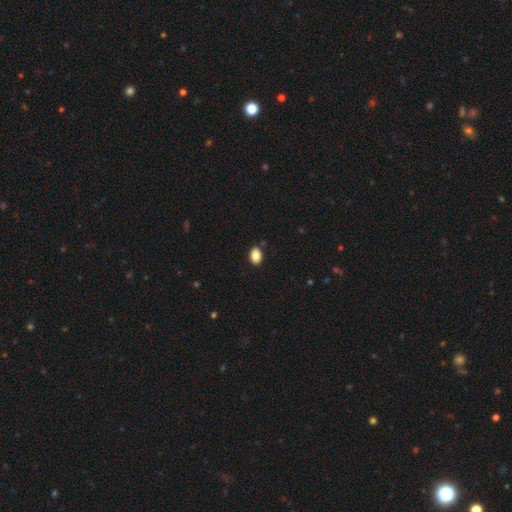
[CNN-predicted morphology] Smooth or featured: smooth — 87% (star or artifact — 8%)
How rounded: in between — 84% (round — 15%)
Merging: none — 87% (minor disturbance — 9%)